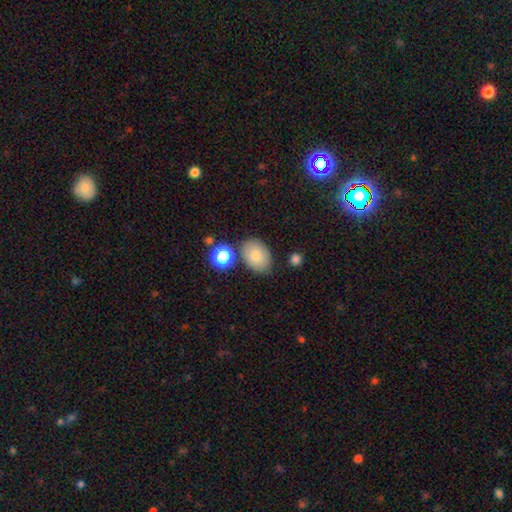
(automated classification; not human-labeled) A smooth galaxy with no disk features (71%) that is in between round and cigar-shaped (73%). Merging: none (82%).